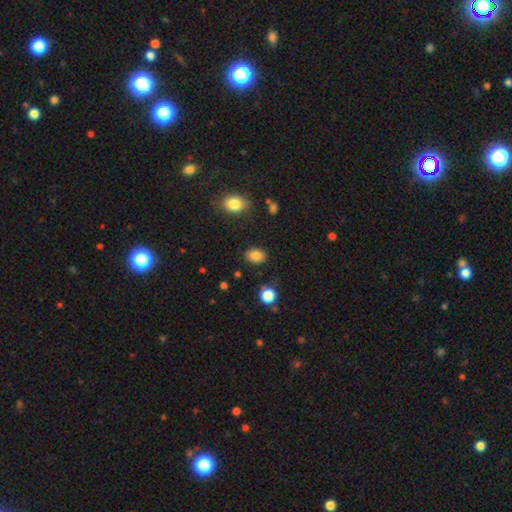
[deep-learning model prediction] Morphology: type=smooth (84%); roundness=in between (67%); merging=none (85%).